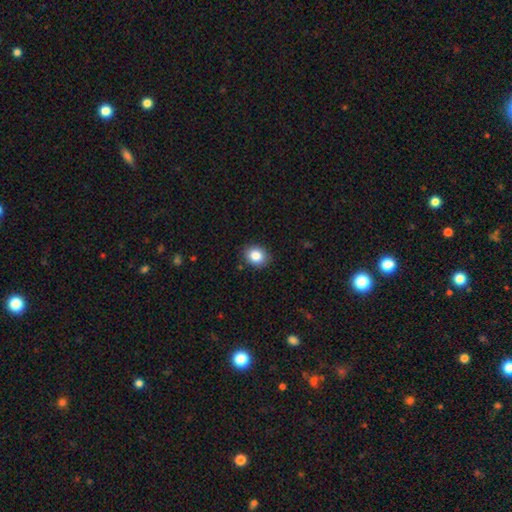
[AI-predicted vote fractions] This appears to be a smooth galaxy with no disk features (85%) that is round (60%). Merging: none (89%).